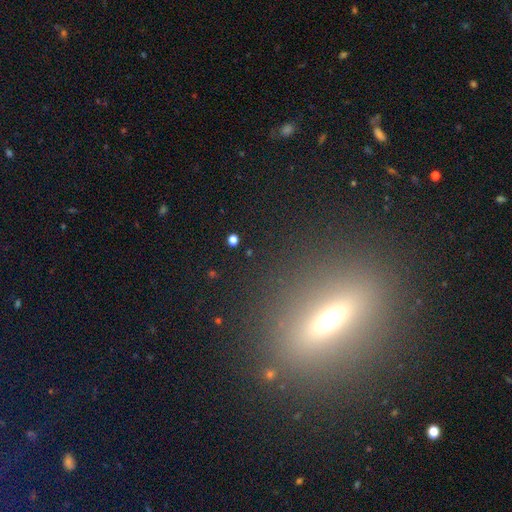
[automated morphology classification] A featured or disk galaxy (47%). Merging: none (88%).